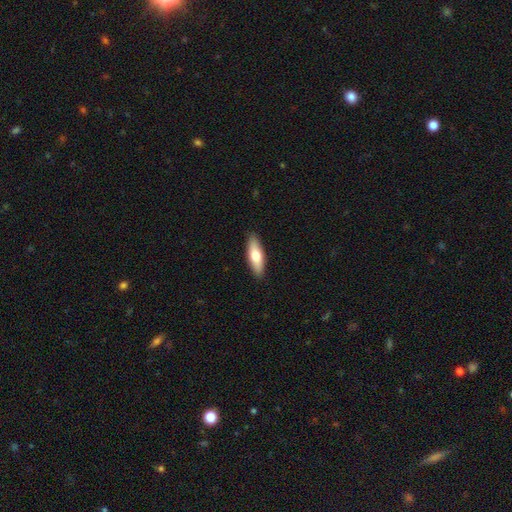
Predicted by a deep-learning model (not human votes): smooth_or_featured: smooth (p=0.70) [alt: featured or disk p=0.25]
how_rounded: in between (p=0.52) [alt: cigar-shaped p=0.46]
merging: none (p=0.90) [alt: minor disturbance p=0.08]